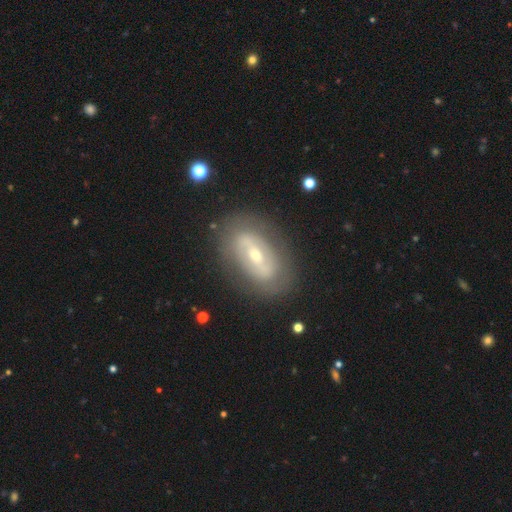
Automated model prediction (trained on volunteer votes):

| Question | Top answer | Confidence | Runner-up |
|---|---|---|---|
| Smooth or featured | featured or disk | 69% | smooth (24%) |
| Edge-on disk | no | 90% | yes (10%) |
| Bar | strong | 36% | no (32%) |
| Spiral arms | no | 61% | yes (39%) |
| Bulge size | small | 51% | moderate (45%) |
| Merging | none | 82% | minor disturbance (12%) |